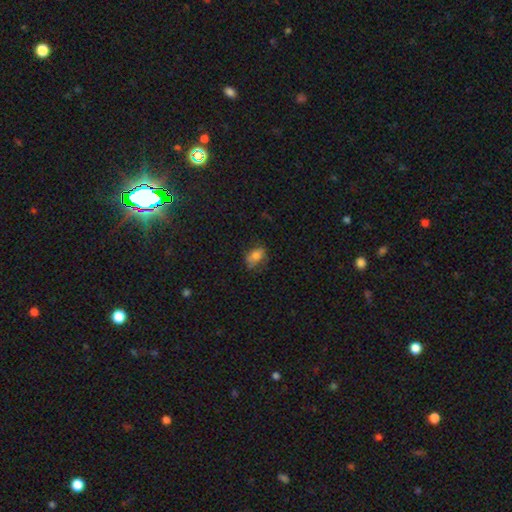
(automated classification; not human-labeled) A smooth galaxy with no disk features (73%) that is in between round and cigar-shaped (78%). Merging: none (59%).